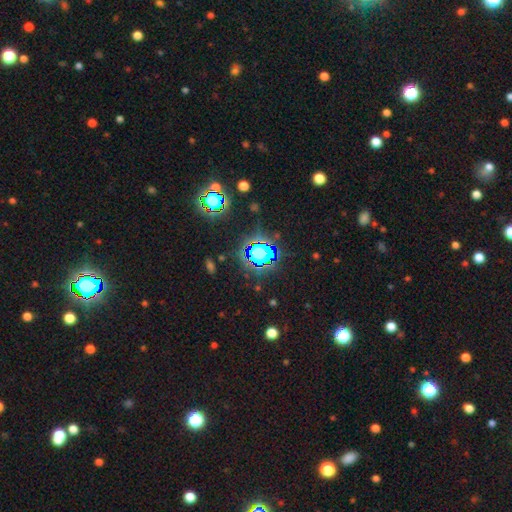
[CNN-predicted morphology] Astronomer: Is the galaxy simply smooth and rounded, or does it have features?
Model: star or artifact — 66%.